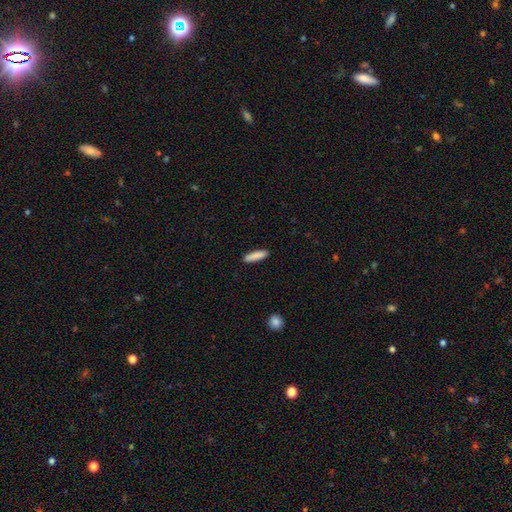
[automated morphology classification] Smooth or featured? Predicted: smooth (p=0.88). How rounded? Predicted: cigar-shaped (p=0.75). Merging? Predicted: none (p=0.89).